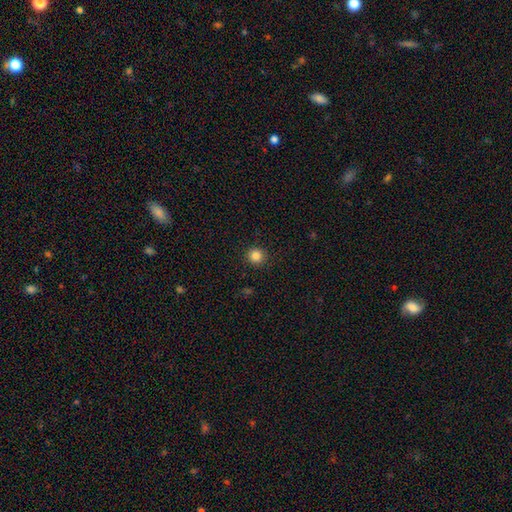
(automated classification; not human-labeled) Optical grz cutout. It shows a smooth galaxy with no disk features (84%) that is round (94%). Merging: none (92%).